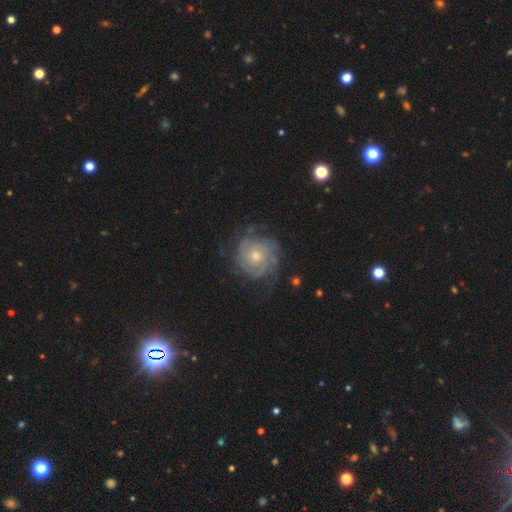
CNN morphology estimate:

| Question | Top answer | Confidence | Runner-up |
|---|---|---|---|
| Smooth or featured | featured or disk | 80% | smooth (11%) |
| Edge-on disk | no | 98% | yes (2%) |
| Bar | no | 80% | weak (16%) |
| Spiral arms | yes | 95% | no (5%) |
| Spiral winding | tight | 73% | medium (21%) |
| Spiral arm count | can't tell | 38% | 3 (18%) |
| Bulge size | small | 54% | moderate (41%) |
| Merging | none | 75% | minor disturbance (16%) |